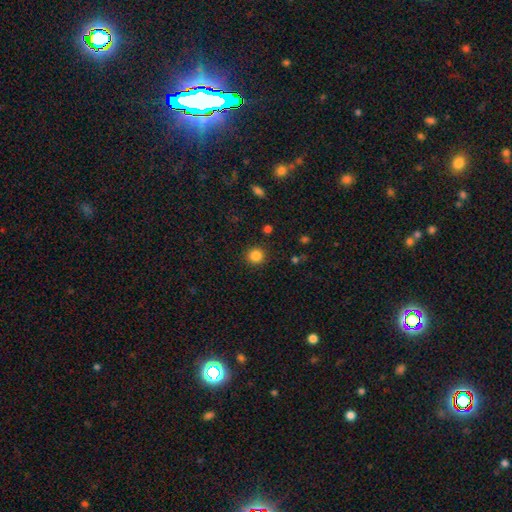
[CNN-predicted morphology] smooth_or_featured: smooth (p=0.85) [alt: star or artifact p=0.11]
how_rounded: round (p=0.94) [alt: in between p=0.05]
merging: none (p=0.91) [alt: minor disturbance p=0.05]